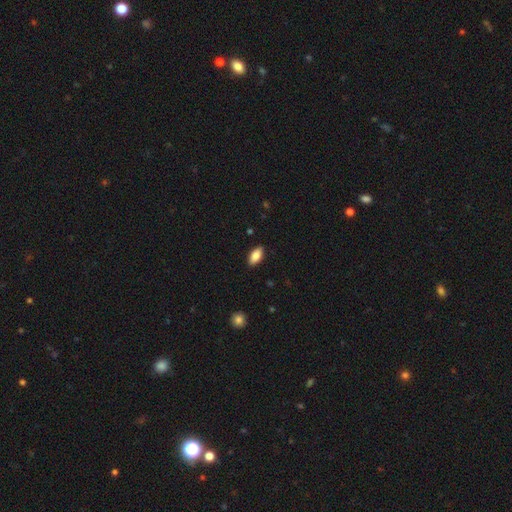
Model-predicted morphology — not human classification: A smooth galaxy with no disk features (85%) that is in between round and cigar-shaped (91%). Merging: none (89%).